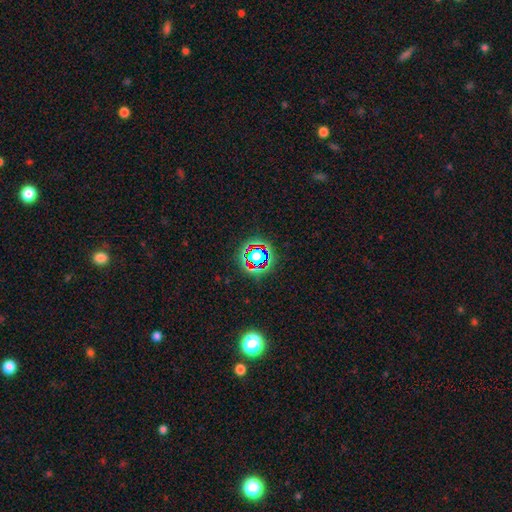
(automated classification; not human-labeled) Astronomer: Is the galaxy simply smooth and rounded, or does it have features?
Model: star or artifact — 58%.